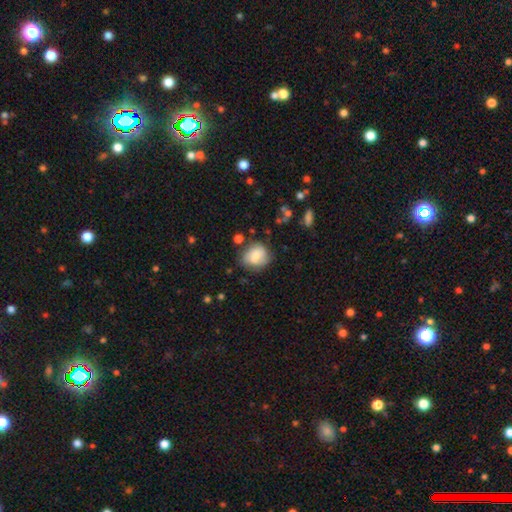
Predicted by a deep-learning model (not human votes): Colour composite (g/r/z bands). It shows a smooth galaxy with no disk features (73%) that is round (57%). Merging: none (59%).